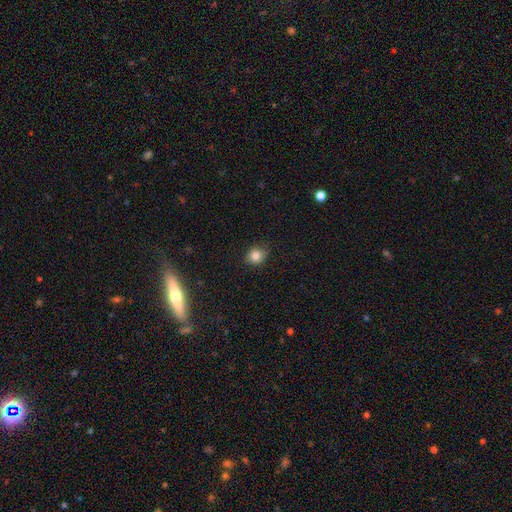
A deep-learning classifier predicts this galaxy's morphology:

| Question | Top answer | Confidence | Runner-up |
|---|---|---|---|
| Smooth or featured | smooth | 83% | star or artifact (11%) |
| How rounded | round | 75% | in between (24%) |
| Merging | none | 84% | minor disturbance (12%) |